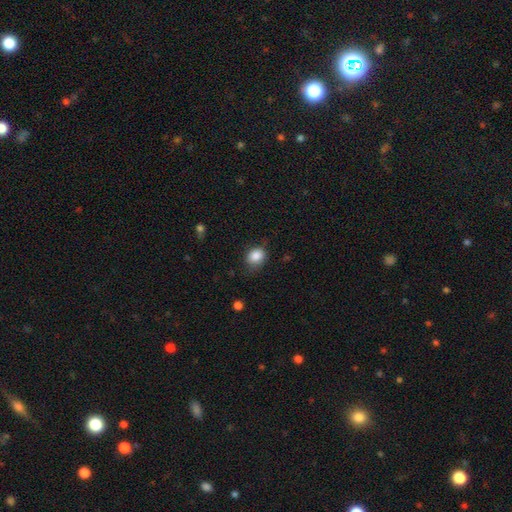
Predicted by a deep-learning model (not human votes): This is clearly a smooth galaxy (86%). How rounded: possibly round (54%). Merging: likely none (71%).